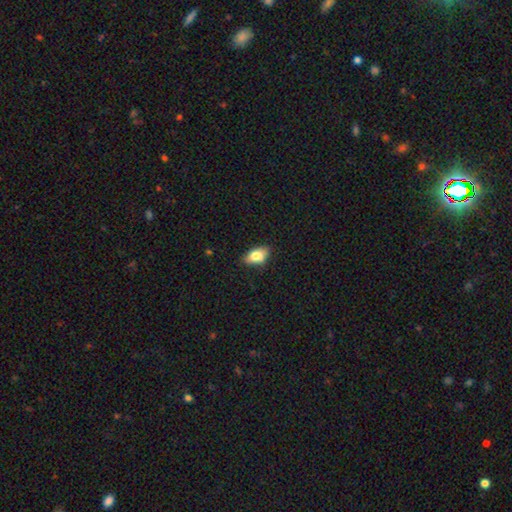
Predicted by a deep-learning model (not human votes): Q: Smooth or featured?
A: smooth (79%); runner-up: featured or disk (13%)
Q: How rounded?
A: in between (88%); runner-up: round (7%)
Q: Merging?
A: none (75%); runner-up: minor disturbance (20%)